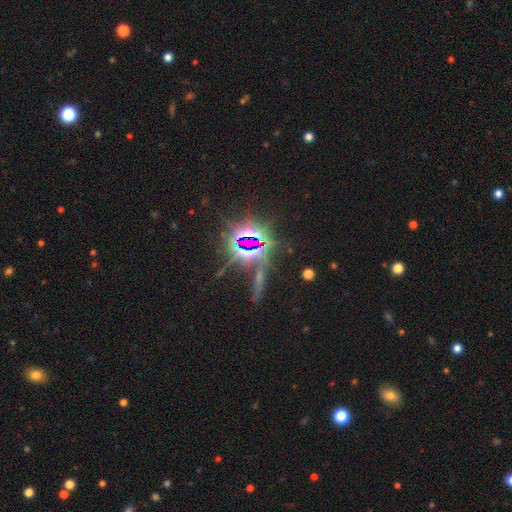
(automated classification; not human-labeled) This is likely a star or artifact rather than a galaxy (67%).